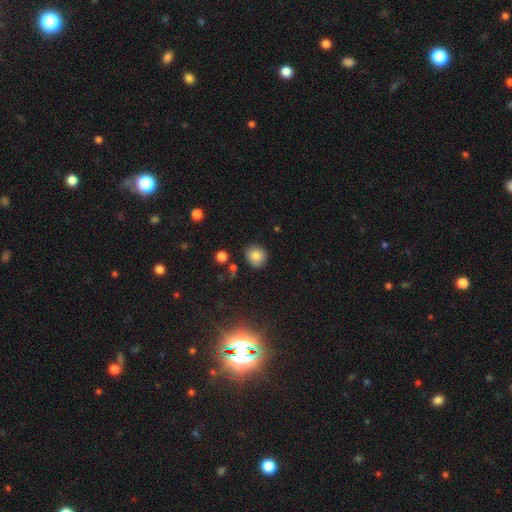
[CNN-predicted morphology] smooth_or_featured: smooth (p=0.80) [alt: star or artifact p=0.11]
how_rounded: round (p=0.84) [alt: in between p=0.15]
merging: none (p=0.86) [alt: minor disturbance p=0.09]